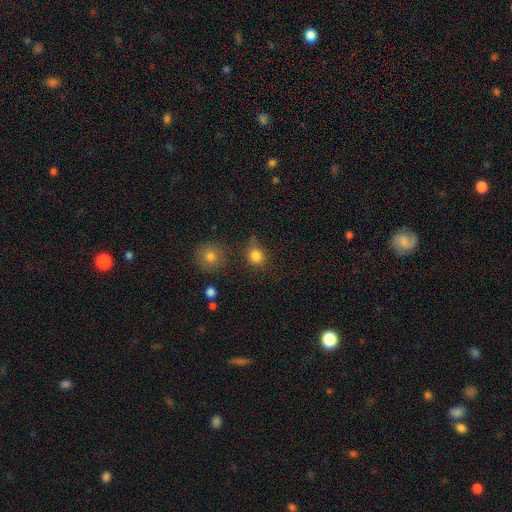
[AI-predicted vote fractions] Q: Smooth or featured?
A: smooth (83%); runner-up: star or artifact (12%)
Q: How rounded?
A: round (83%); runner-up: in between (16%)
Q: Merging?
A: none (67%); runner-up: minor disturbance (19%)